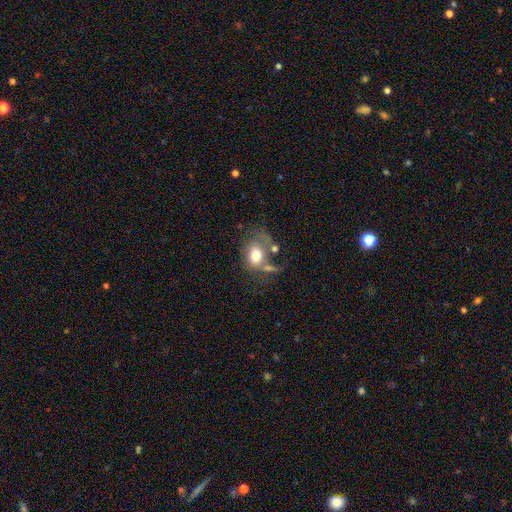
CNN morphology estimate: smooth_or_featured: smooth (p=0.68) [alt: featured or disk p=0.23]
how_rounded: in between (p=0.62) [alt: round p=0.36]
merging: none (p=0.31) [alt: major disturbance p=0.27]